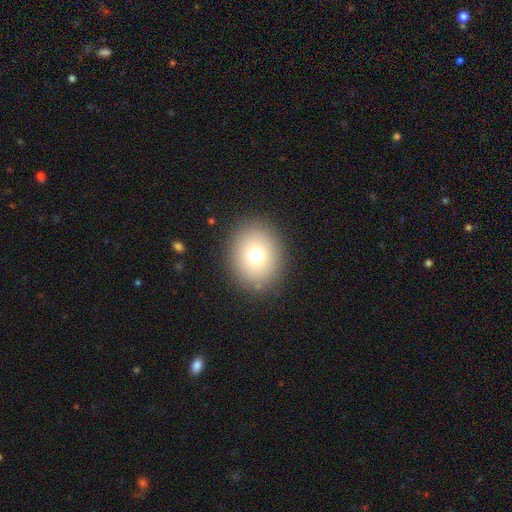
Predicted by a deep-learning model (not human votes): The model was most divided on "how rounded": round: 63%, in between: 36%, cigar-shaped: 1%. More confident: merging — none (88%); smooth or featured — smooth (72%).